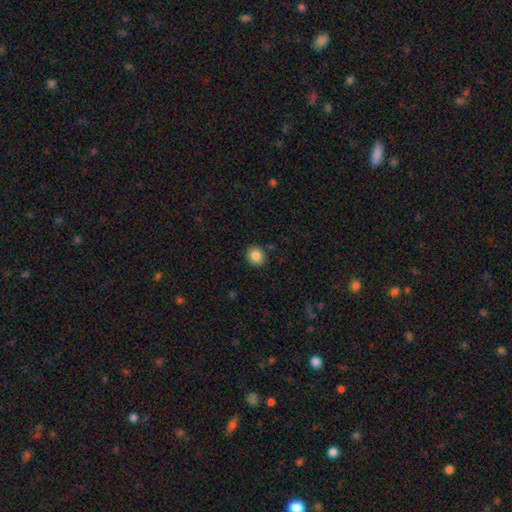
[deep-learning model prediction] Morphology: type=smooth (86%); roundness=round (73%); merging=none (88%).